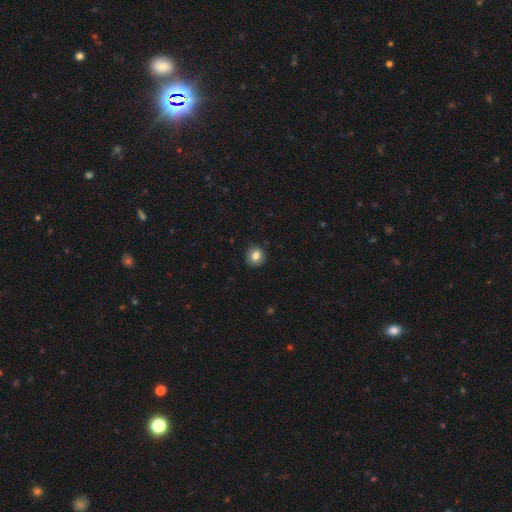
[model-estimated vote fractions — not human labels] Smooth or featured: smooth — 81% (star or artifact — 9%)
How rounded: round — 87% (in between — 12%)
Merging: none — 89% (minor disturbance — 8%)